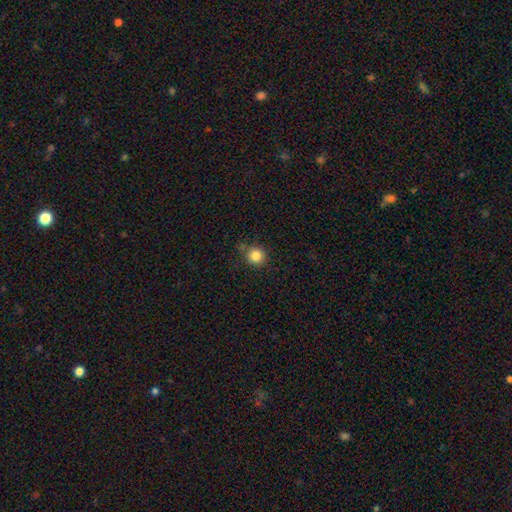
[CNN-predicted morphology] smooth_or_featured: smooth (p=0.84) [alt: star or artifact p=0.11]
how_rounded: round (p=0.92) [alt: in between p=0.07]
merging: none (p=0.79) [alt: minor disturbance p=0.14]